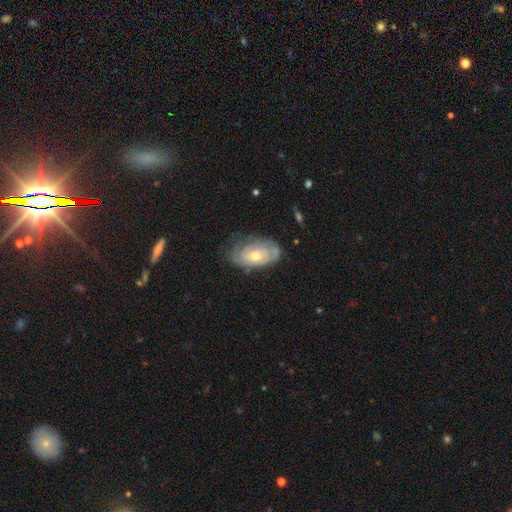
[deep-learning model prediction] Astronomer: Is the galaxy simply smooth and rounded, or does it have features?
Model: featured or disk — 63%.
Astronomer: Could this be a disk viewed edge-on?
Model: no — 93%.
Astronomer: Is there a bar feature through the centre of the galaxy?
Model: no — 81%.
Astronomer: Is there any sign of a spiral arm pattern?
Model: yes — 68%.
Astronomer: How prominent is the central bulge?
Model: moderate — 59% (runner-up: small, 36%).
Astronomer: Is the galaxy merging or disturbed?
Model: none — 62%.